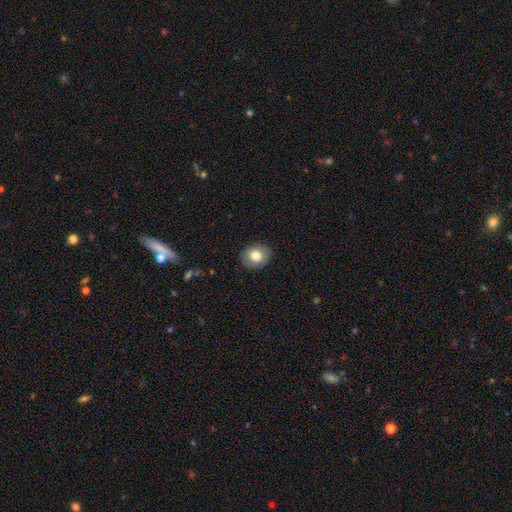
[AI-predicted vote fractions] This is likely a smooth galaxy (77%). How rounded: possibly round (57%). Merging: clearly none (89%).